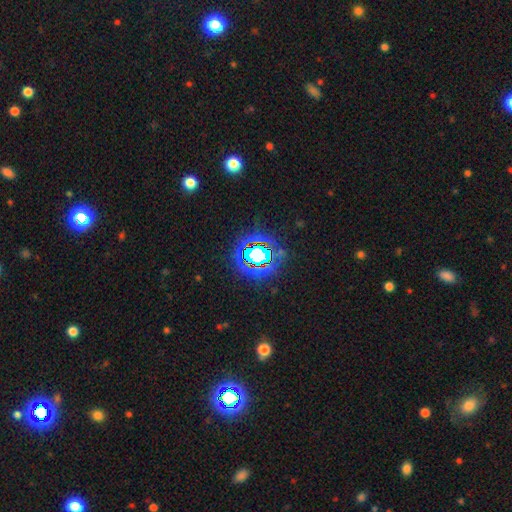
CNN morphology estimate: This appears to be a star or artifact, not a galaxy (71%).